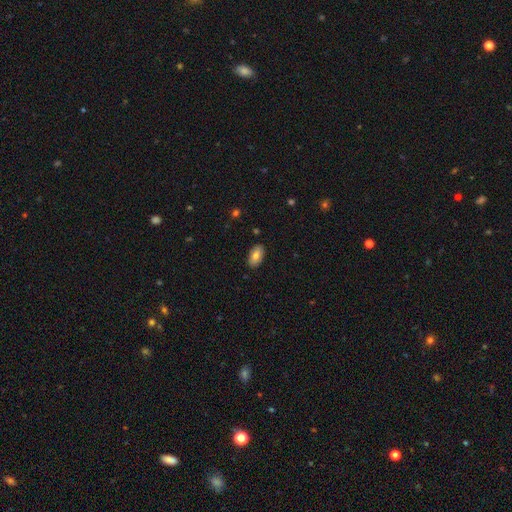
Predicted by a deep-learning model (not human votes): The model was most divided on "smooth or featured": smooth: 79%, featured or disk: 14%, star or artifact: 7%. More confident: how rounded — in between (94%); merging — none (88%).